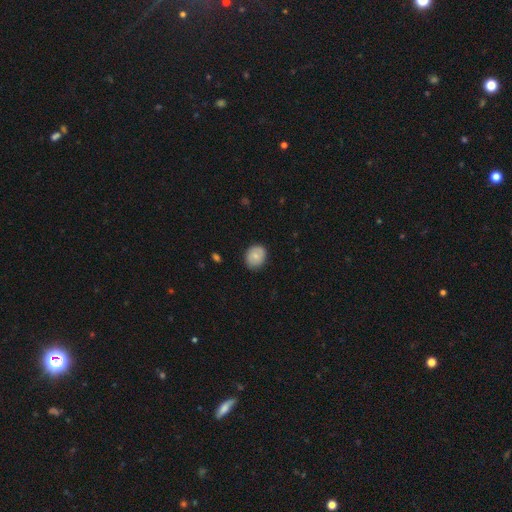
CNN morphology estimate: smooth_or_featured: smooth (p=0.71) [alt: featured or disk p=0.22]
how_rounded: round (p=0.60) [alt: in between p=0.39]
merging: none (p=0.83) [alt: minor disturbance p=0.13]